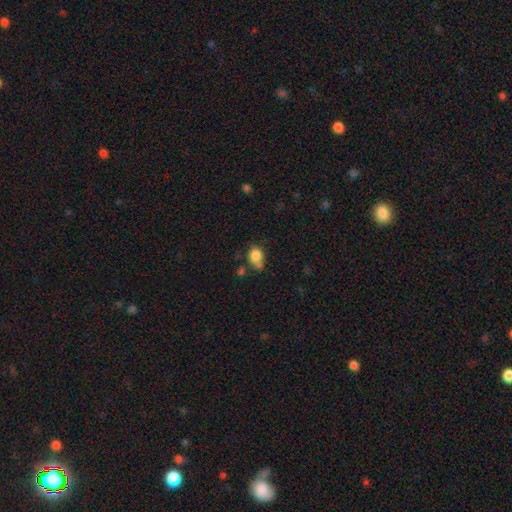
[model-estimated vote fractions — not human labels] smooth 81%, star or artifact 11%, featured or disk 8%. Down the decision tree: how rounded — round (53%); merging — none (47%).